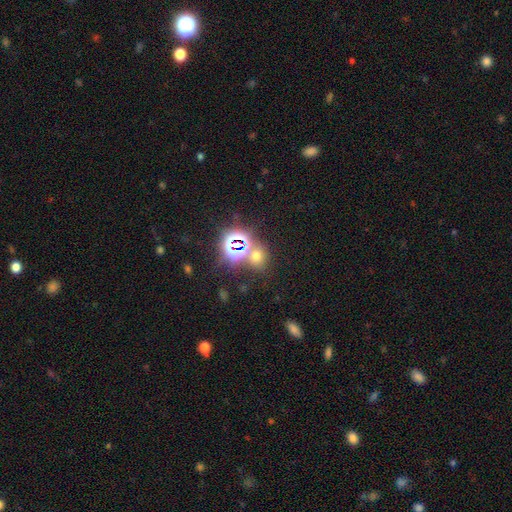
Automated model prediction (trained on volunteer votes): Smooth or featured?
  - smooth: 46% * (tied)
  - star or artifact: 46% * (tied)
  - featured or disk: 8%
Merging?
  - none: 66% *
  - merger: 21%
  - minor disturbance: 9%
  - major disturbance: 4%